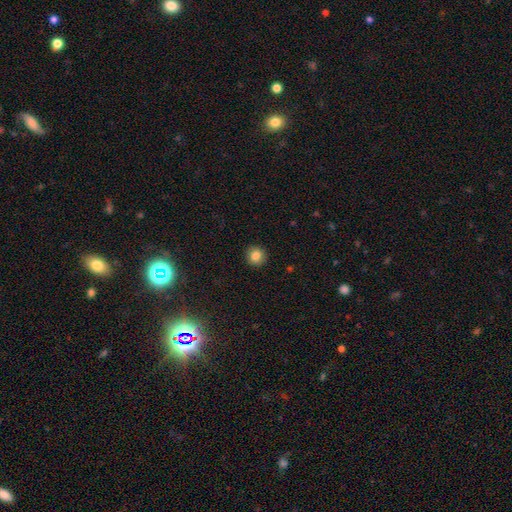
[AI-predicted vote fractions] A smooth galaxy with no disk features (84%) that is round (92%). Merging: none (91%).